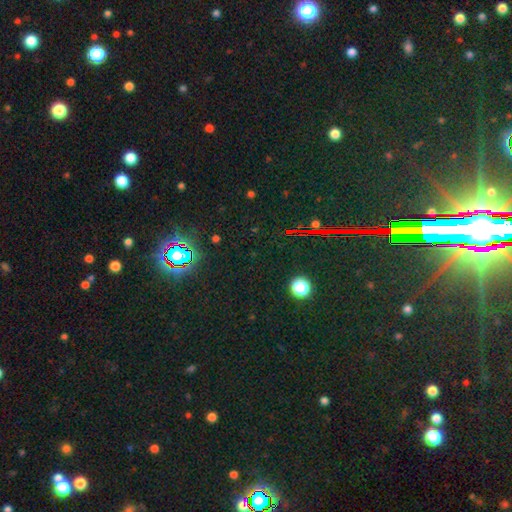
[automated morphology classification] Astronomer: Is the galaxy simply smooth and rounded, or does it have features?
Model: star or artifact — 84%.